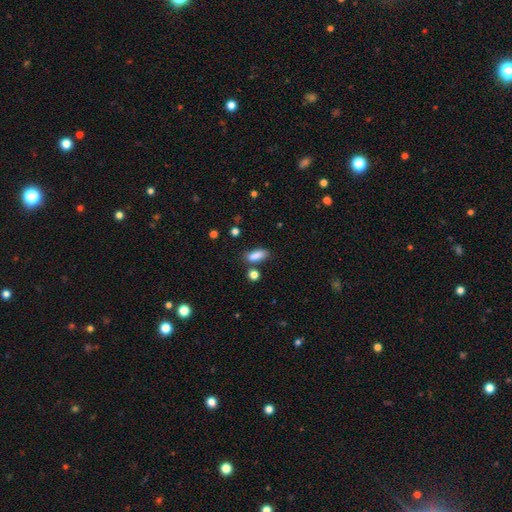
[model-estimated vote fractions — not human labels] A smooth galaxy with no disk features (85%) that is in between round and cigar-shaped (73%). Merging: none (68%).